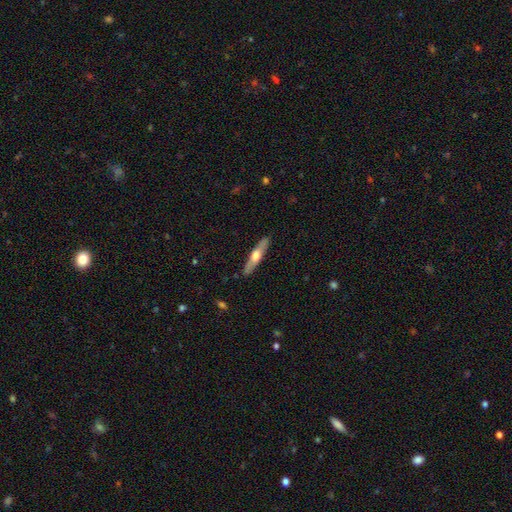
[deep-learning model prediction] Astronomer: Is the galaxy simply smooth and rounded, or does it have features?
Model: featured or disk — 53% (runner-up: smooth, 42%).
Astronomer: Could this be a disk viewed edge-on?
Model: yes — 89%.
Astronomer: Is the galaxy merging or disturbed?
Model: none — 89%.